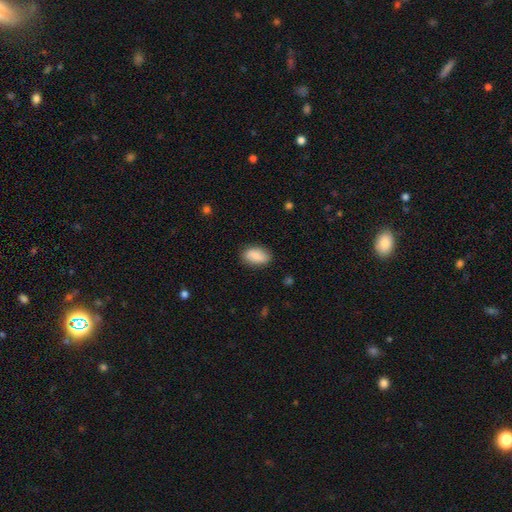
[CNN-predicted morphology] Smooth or featured? smooth (85%)
How rounded? in between (92%)
Merging? none (83%)